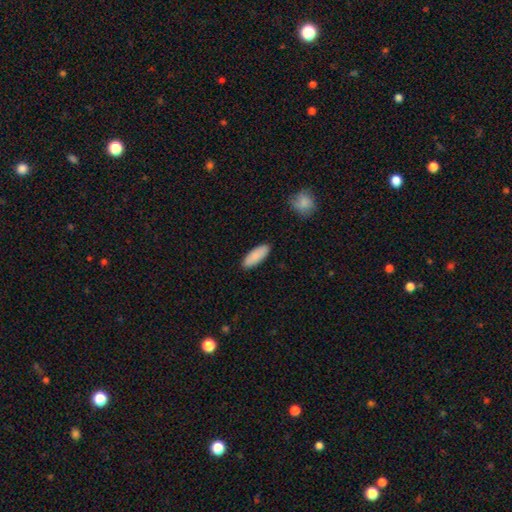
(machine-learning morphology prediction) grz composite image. It shows a smooth galaxy with no disk features (89%) that is in between round and cigar-shaped (74%). Merging: none (89%).